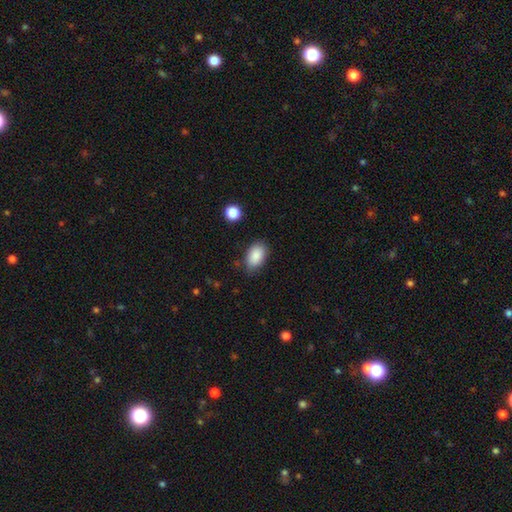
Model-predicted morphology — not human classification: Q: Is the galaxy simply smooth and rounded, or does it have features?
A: smooth — 88%.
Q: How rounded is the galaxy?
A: in between — 91%.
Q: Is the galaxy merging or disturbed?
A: none — 79%.